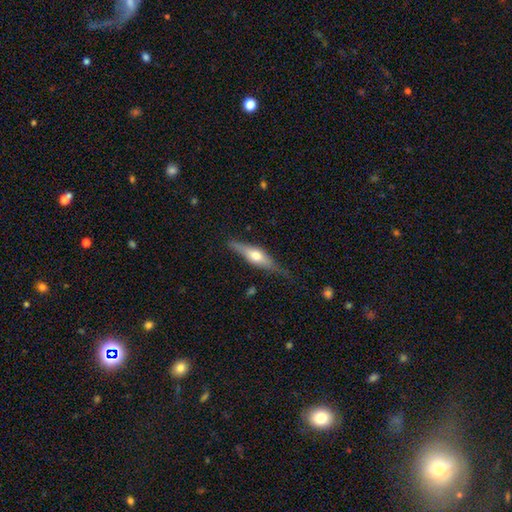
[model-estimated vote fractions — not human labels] smooth-or-featured: featured or disk: 56% | smooth: 39% | star or artifact: 6%
  disk-edge-on: yes: 90% | no: 10%
    edge-on-bulge: rounded: 91% | boxy: 6% | none: 4%
  merging: none: 74% | minor disturbance: 20% | major disturbance: 5% | merger: 2%